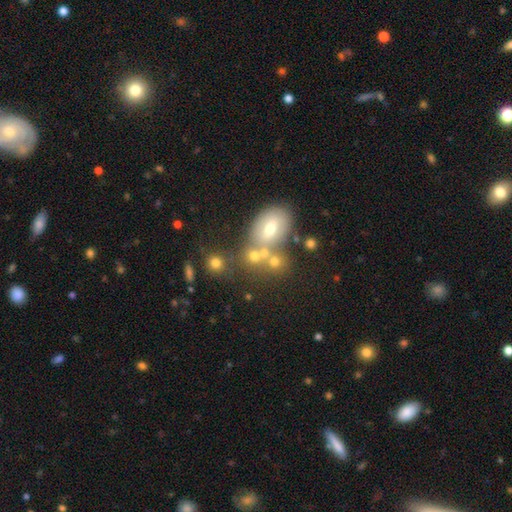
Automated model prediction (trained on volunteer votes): This appears to be a smooth galaxy with no disk features (63%) that is round (54%). Merging: none (46%).